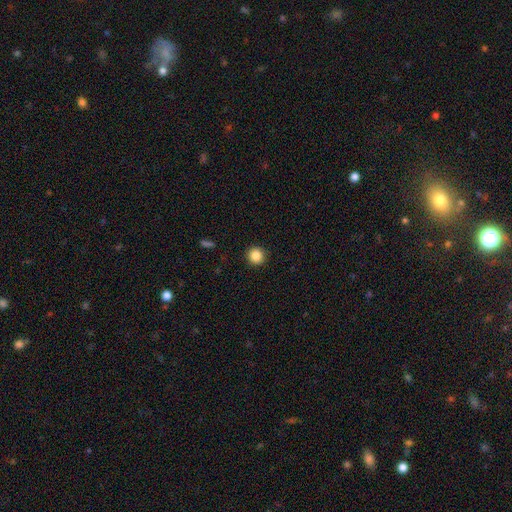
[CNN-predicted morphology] Smooth or featured? Predicted: smooth (p=0.86). How rounded? Predicted: round (p=0.95). Merging? Predicted: none (p=0.92).